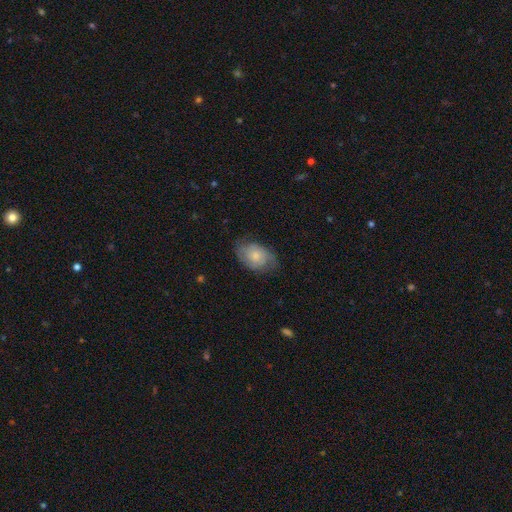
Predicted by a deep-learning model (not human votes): smooth 52%, featured or disk 41%, star or artifact 7%. Down the decision tree: how rounded — in between (82%); merging — none (64%).